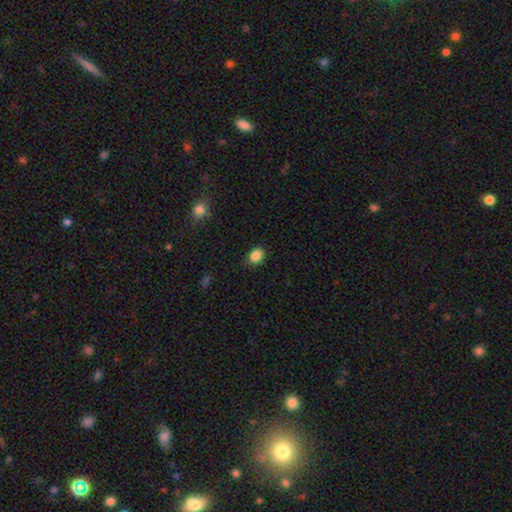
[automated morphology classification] A smooth galaxy with no disk features (87%) that is in between round and cigar-shaped (63%).

Vote fractions:
- Smooth or featured? smooth: 87% / star or artifact: 10% / featured or disk: 3%
- How rounded? in between: 63% / round: 35% / cigar-shaped: 1%
- Merging? none: 83% / minor disturbance: 13% / major disturbance: 3% / merger: 1%